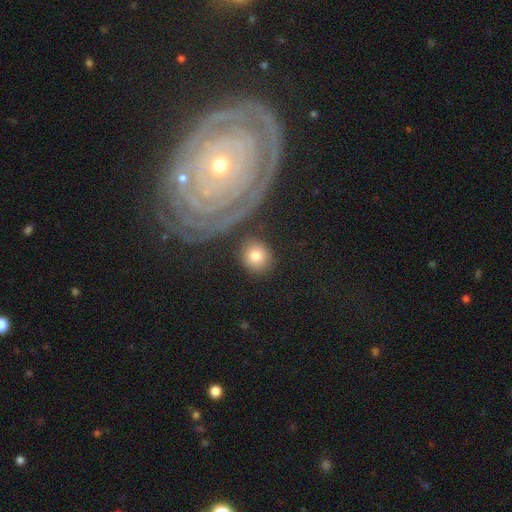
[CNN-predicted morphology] smooth-or-featured: smooth: 78% | featured or disk: 15% | star or artifact: 8%
  how-rounded: round: 82% | in between: 16% | cigar-shaped: 1%
  merging: none: 78% | minor disturbance: 11% | merger: 6% | major disturbance: 4%